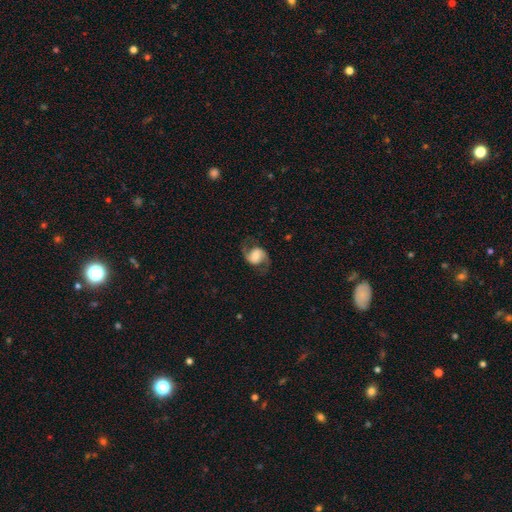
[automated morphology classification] A featured or disk galaxy (76%) with no bar (52%), 2 (92%) loose (45%) spiral arms (95%) and a moderate central bulge (39%).

Vote fractions:
- Smooth or featured? featured or disk: 76% / smooth: 16% / star or artifact: 7%
- Edge-on disk? no: 97% / yes: 3%
- Bar? no: 52% / weak: 34% / strong: 14%
- Spiral arms? yes: 95% / no: 5%
- Spiral winding? loose: 45% / medium: 43% / tight: 11%
- Spiral arm count? 2: 92% / can't tell: 3% / 1: 2% / 3: 1% / 4: 1% / more than 4: 1%
- Bulge size? moderate: 39% / small: 30% / large: 18% / none: 7% / dominant: 5%
- Merging? none: 75% / minor disturbance: 15% / major disturbance: 9% / merger: 1%